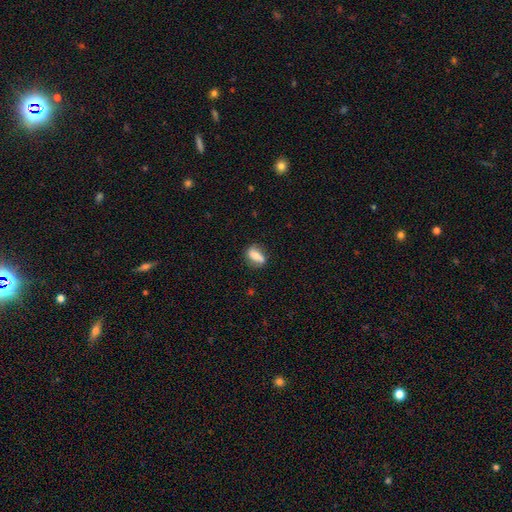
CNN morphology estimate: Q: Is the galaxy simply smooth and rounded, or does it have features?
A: smooth — 57%.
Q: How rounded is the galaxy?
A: in between — 72%.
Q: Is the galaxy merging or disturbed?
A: none — 66%.